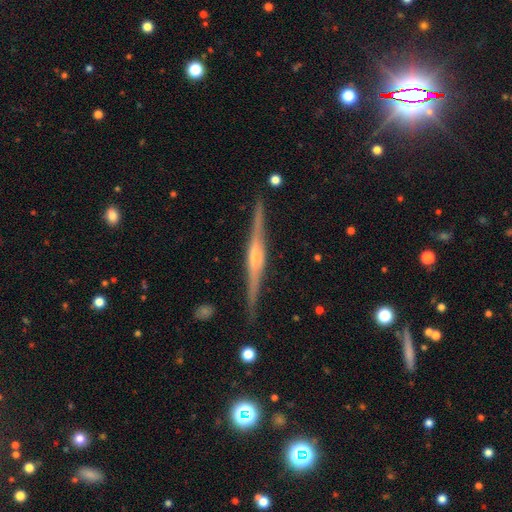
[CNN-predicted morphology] Q: Smooth or featured?
A: featured or disk (84%); runner-up: smooth (11%)
Q: Edge-on disk?
A: yes (98%); runner-up: no (2%)
Q: Edge-on bulge?
A: rounded (71%); runner-up: boxy (19%)
Q: Merging?
A: none (89%); runner-up: minor disturbance (8%)